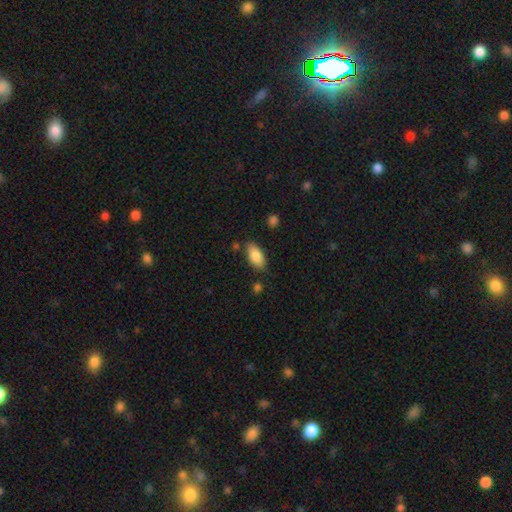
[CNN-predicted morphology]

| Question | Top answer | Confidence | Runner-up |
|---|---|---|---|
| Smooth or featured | smooth | 84% | featured or disk (10%) |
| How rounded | in between | 89% | cigar-shaped (8%) |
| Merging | none | 80% | minor disturbance (14%) |